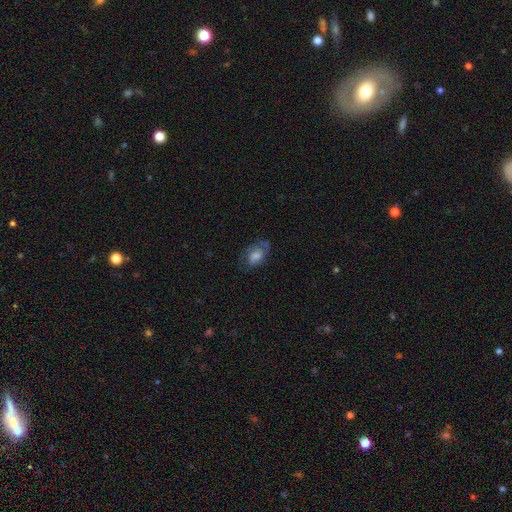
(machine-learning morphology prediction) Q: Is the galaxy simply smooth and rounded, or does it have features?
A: featured or disk — 46%.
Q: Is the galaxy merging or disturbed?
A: none — 63%.